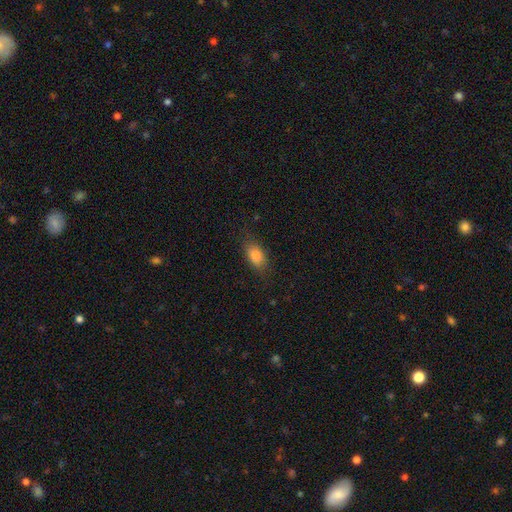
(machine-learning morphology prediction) The model was most divided on "merging": none: 77%, minor disturbance: 17%, major disturbance: 5%, merger: 1%. More confident: how rounded — in between (85%); smooth or featured — smooth (82%).